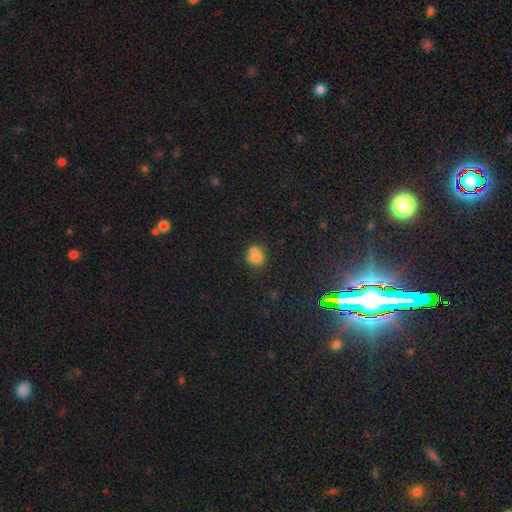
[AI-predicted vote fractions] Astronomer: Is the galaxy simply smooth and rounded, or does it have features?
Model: smooth — 64%.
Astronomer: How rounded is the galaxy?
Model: round — 56% (runner-up: in between, 42%).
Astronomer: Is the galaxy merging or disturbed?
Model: merger — 39%, tied with none at 39%.